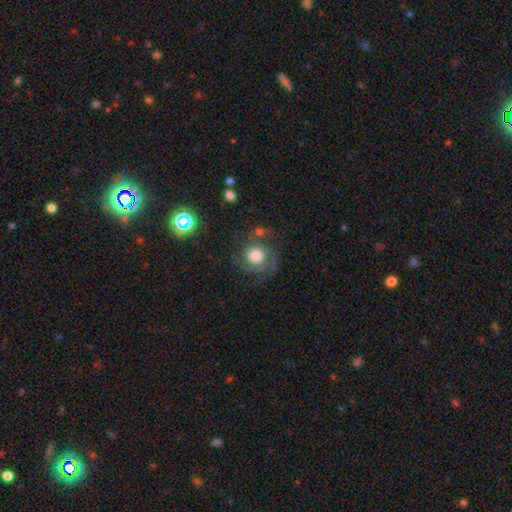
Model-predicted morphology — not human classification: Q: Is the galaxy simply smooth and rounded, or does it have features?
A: featured or disk — 64%.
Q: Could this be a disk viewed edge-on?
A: no — 98%.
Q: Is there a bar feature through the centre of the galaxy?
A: no — 81%.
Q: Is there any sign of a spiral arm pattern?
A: yes — 89%.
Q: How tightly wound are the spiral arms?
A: tight — 46%.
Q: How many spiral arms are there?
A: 2 — 40%.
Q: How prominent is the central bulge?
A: large — 47%.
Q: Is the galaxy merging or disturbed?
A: none — 66%.